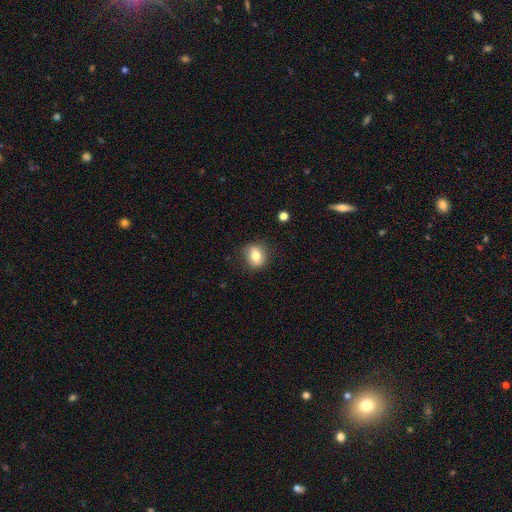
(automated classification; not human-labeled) Morphology: type=smooth (76%); roundness=round (62%); merging=none (84%).